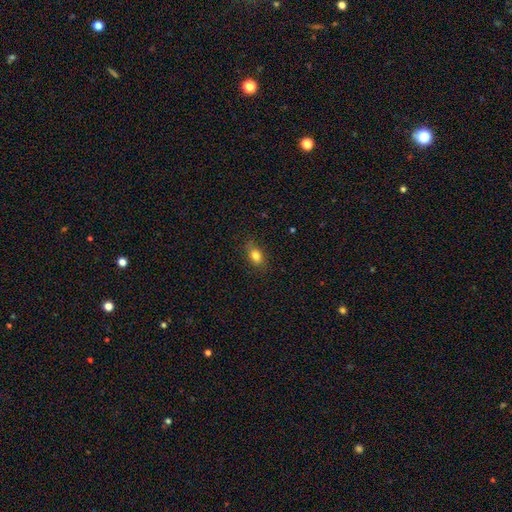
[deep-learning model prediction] smooth-or-featured: smooth: 81% | star or artifact: 10% | featured or disk: 9%
  how-rounded: in between: 77% | round: 19% | cigar-shaped: 3%
  merging: none: 79% | minor disturbance: 17% | major disturbance: 4% | merger: 1%